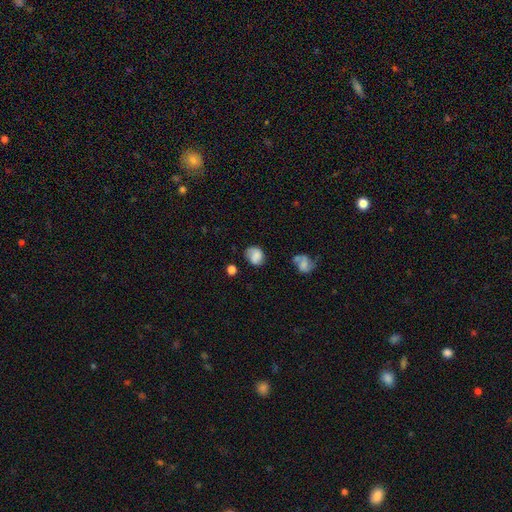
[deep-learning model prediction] A smooth galaxy with no disk features (67%) that is round (55%). Merging: none (56%).